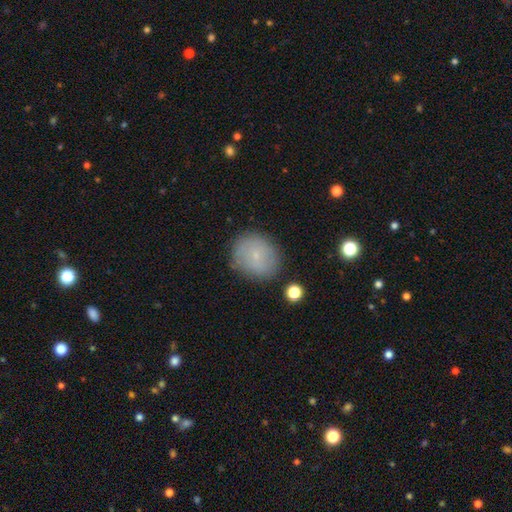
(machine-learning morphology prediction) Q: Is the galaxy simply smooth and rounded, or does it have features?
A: smooth — 71%.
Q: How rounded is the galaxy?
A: round — 74%.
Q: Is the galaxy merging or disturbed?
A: none — 80%.